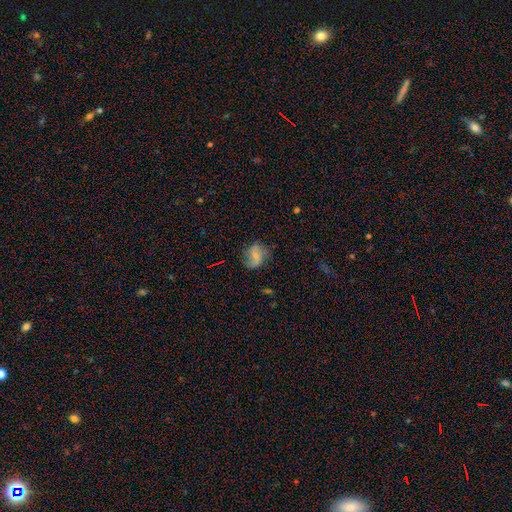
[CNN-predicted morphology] Smooth or featured? featured or disk (51%)
Edge-on disk? no (97%)
Merging? none (67%)